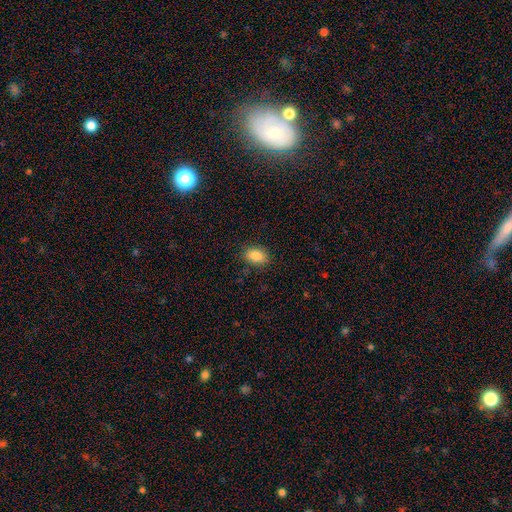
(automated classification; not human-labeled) This appears to be a smooth galaxy with no disk features (86%) that is in between round and cigar-shaped (85%). Merging: none (87%).